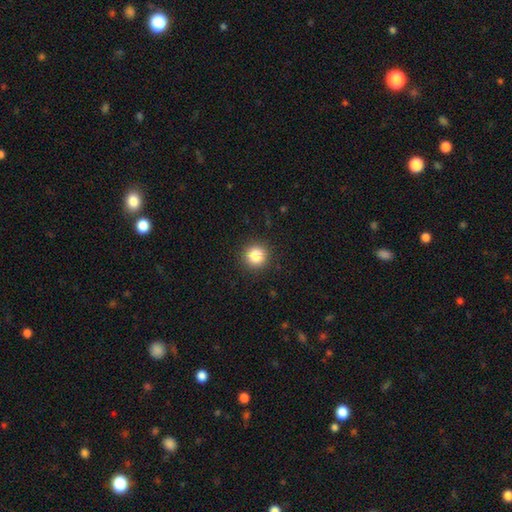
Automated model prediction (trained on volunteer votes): Smooth or featured?
  - smooth: 84% *
  - star or artifact: 11%
  - featured or disk: 5%
How rounded?
  - round: 94% *
  - in between: 5%
  - cigar-shaped: 1%
Merging?
  - none: 91% *
  - minor disturbance: 6%
  - major disturbance: 2%
  - merger: 1%